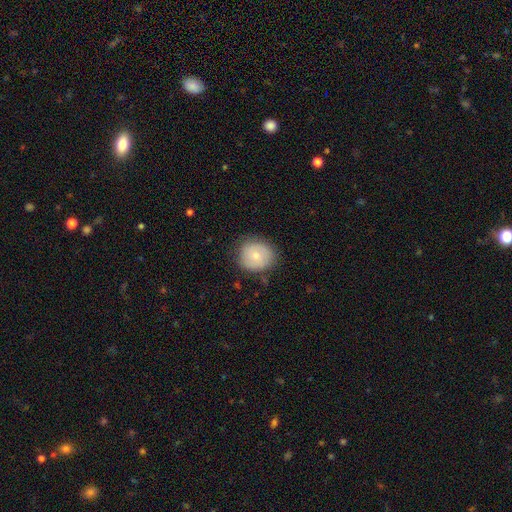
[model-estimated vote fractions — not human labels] The model was most divided on "smooth or featured": smooth: 72%, featured or disk: 22%, star or artifact: 7%. More confident: how rounded — round (80%); merging — none (77%).